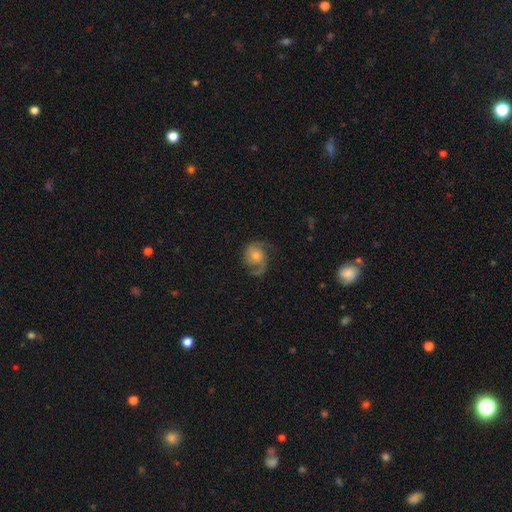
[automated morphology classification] Smooth or featured: featured or disk — 81% (smooth — 12%)
Edge-on disk: no — 98% (yes — 2%)
Bar: no — 65% (weak — 28%)
Spiral arms: yes — 96% (no — 4%)
Spiral winding: medium — 52% (loose — 25%)
Spiral arm count: 2 — 81% (3 — 5%)
Bulge size: moderate — 49% (small — 39%)
Merging: none — 70% (minor disturbance — 18%)